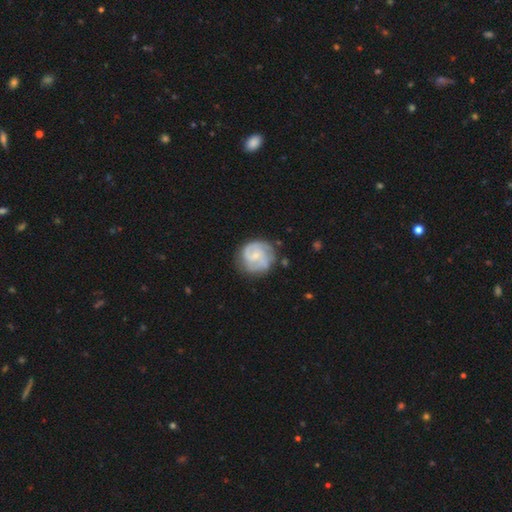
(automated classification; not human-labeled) featured or disk 77%, smooth 18%, star or artifact 5%. Down the decision tree: edge-on disk — no (98%); bar — no (56%); spiral arms — yes (94%); spiral arm count — 2 (52%); spiral winding — tight (48%); bulge size — small (67%); merging — none (73%).